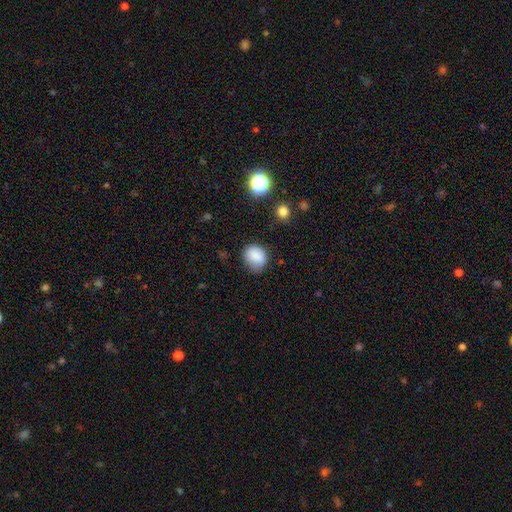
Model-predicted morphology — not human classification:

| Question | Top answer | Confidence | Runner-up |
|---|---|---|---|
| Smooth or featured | smooth | 84% | star or artifact (10%) |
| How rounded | round | 66% | in between (33%) |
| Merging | none | 68% | minor disturbance (24%) |